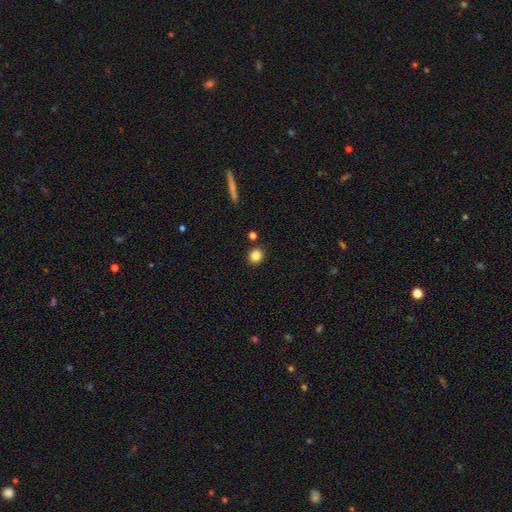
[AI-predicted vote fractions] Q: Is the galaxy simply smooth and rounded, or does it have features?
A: smooth — 85%.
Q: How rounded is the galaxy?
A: round — 85%.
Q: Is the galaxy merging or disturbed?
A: none — 86%.